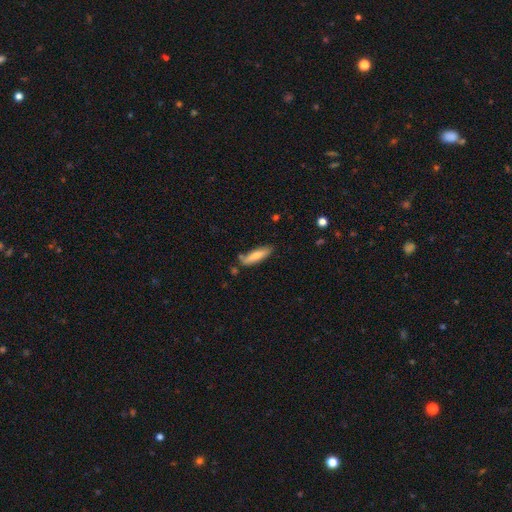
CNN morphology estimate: Overall: smooth (75%). How rounded: cigar-shaped (65%; in between 33%). Merging: none (69%).